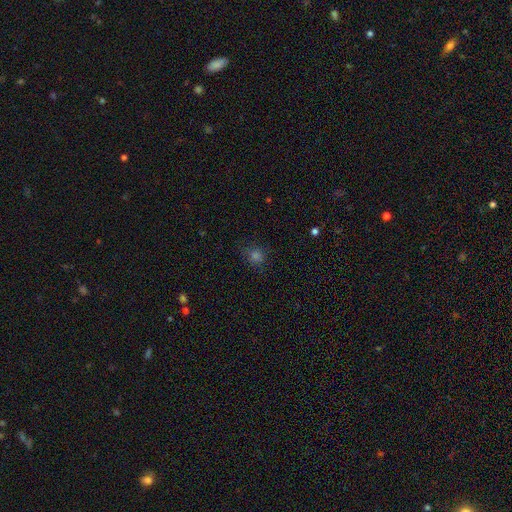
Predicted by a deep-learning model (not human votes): Smooth or featured? smooth (63%)
How rounded? round (87%)
Merging? none (81%)